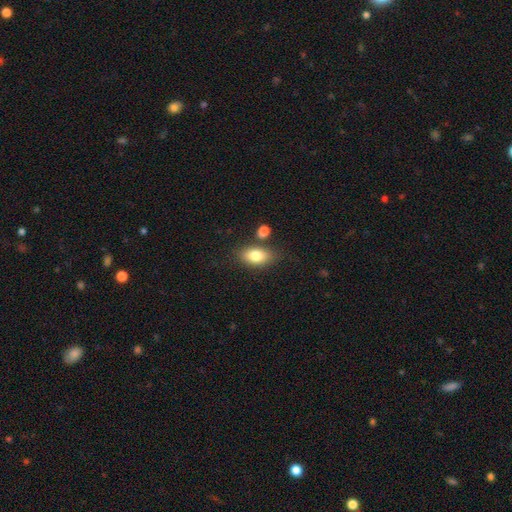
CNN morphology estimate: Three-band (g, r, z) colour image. It shows a smooth galaxy with no disk features (81%) that is in between round and cigar-shaped (87%). Merging: none (71%).